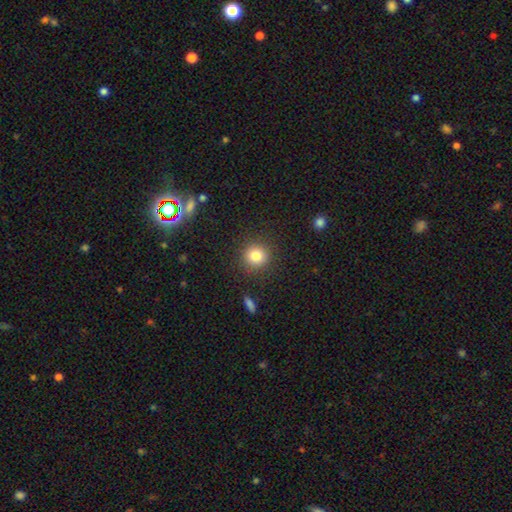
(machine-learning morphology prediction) type=smooth (82%); roundness=round (91%); merging=none (89%).